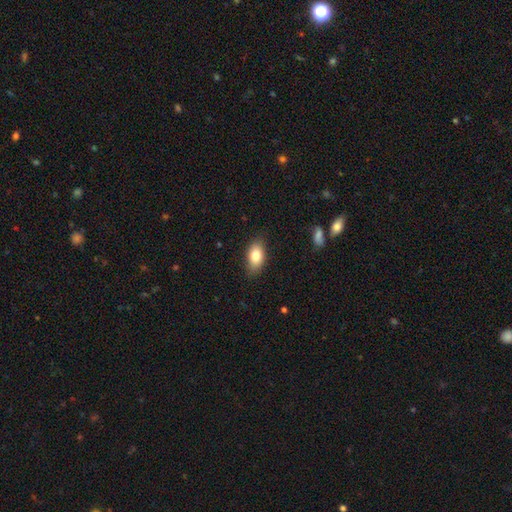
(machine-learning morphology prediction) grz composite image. It shows a smooth galaxy with no disk features (79%) that is in between round and cigar-shaped (89%). Merging: none (83%).